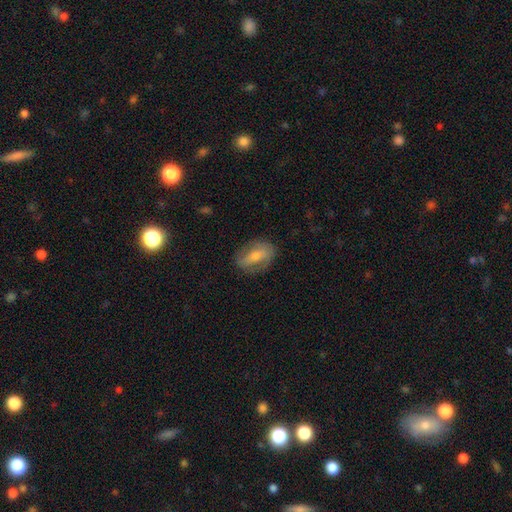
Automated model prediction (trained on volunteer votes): featured or disk 51%, smooth 40%, star or artifact 9%. Down the decision tree: edge-on disk — no (88%); merging — none (77%).